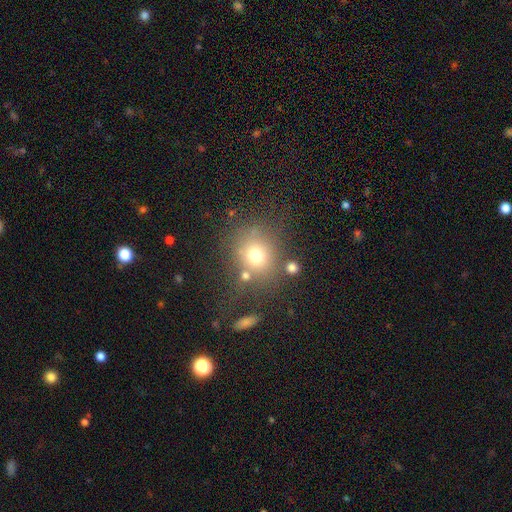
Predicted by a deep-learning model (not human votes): smooth 71%, star or artifact 16%, featured or disk 14%. Down the decision tree: how rounded — round (79%); merging — none (66%).